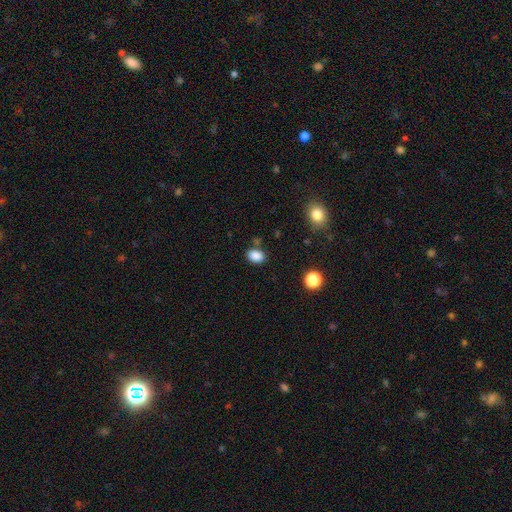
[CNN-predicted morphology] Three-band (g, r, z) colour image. It shows a smooth galaxy with no disk features (86%) that is in between round and cigar-shaped (71%). Merging: none (78%).